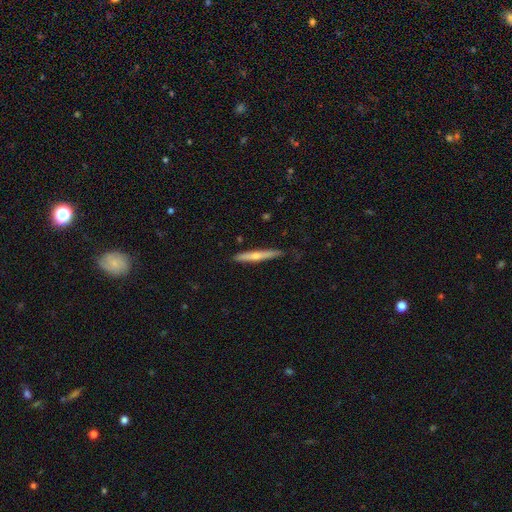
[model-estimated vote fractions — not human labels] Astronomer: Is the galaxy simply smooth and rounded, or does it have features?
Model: featured or disk — 57% (runner-up: smooth, 36%).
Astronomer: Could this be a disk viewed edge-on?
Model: yes — 96%.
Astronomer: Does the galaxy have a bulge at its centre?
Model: rounded — 77%.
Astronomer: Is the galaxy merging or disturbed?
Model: none — 84%.